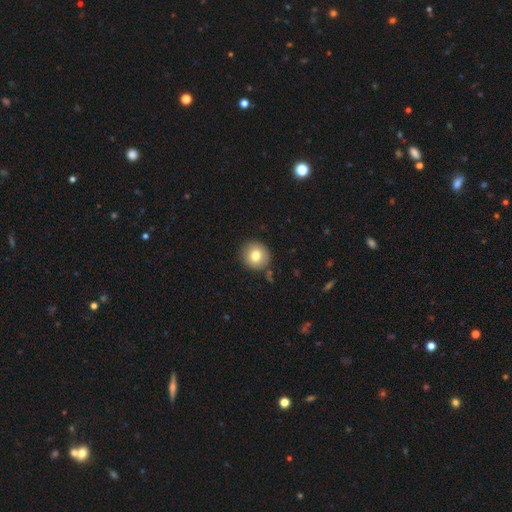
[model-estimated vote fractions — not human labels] Smooth or featured: smooth — 78% (featured or disk — 12%)
How rounded: round — 91% (in between — 8%)
Merging: none — 86% (minor disturbance — 9%)